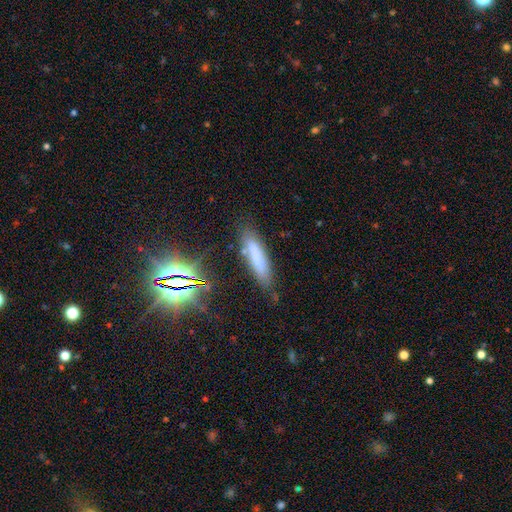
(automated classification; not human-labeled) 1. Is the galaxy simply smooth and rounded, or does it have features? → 62% smooth, 20% star or artifact, 18% featured or disk.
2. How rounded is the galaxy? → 79% cigar-shaped, 19% in between, 2% round.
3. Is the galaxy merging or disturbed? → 78% none, 15% minor disturbance, 4% major disturbance, 3% merger.